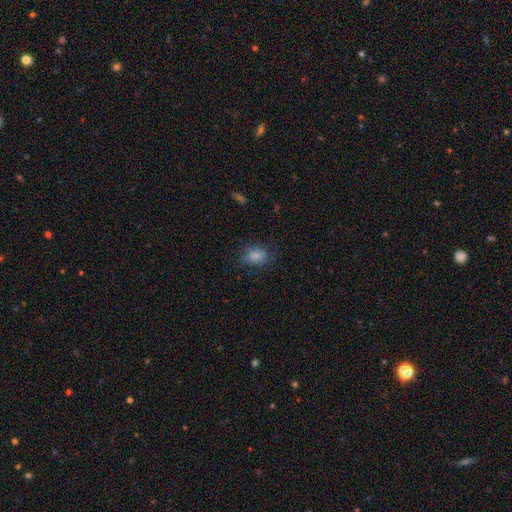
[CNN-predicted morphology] This is clearly a smooth galaxy (82%). How rounded: likely in between (76%). Merging: likely none (72%).